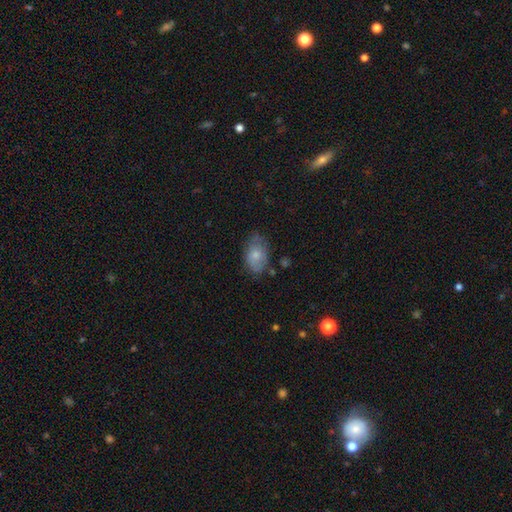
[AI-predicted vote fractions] Morphology: type=smooth (73%); roundness=in between (88%); merging=none (62%).